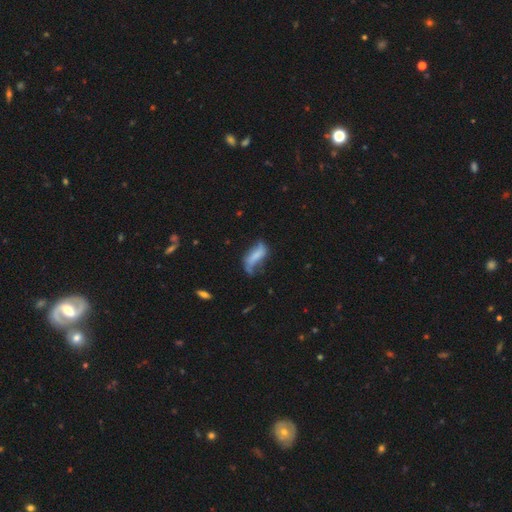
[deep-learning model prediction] A smooth galaxy with no disk features (53%) that is in between round and cigar-shaped (64%). Merging: none (36%).